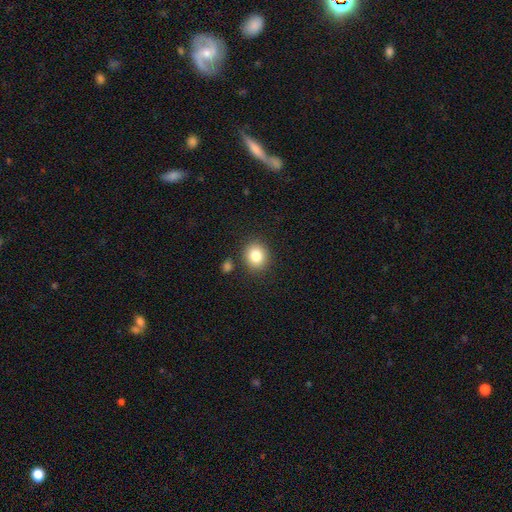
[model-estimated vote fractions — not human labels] Smooth or featured? Predicted: smooth (p=0.83). How rounded? Predicted: round (p=0.77). Merging? Predicted: none (p=0.85).